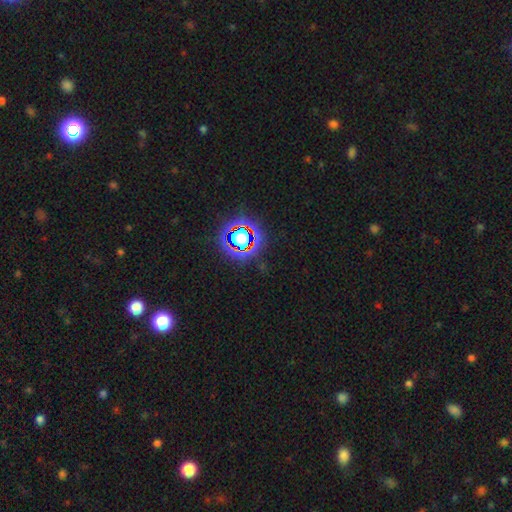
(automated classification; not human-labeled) smooth-or-featured: star or artifact: 78% | smooth: 13% | featured or disk: 8%